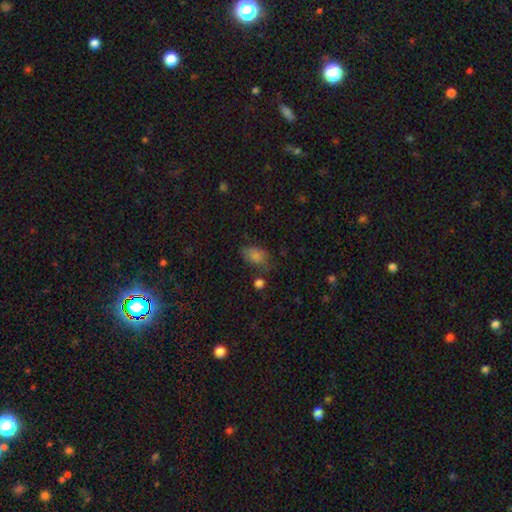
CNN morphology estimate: Smooth or featured? Predicted: smooth (p=0.72). How rounded? Predicted: in between (p=0.86). Merging? Predicted: none (p=0.62).